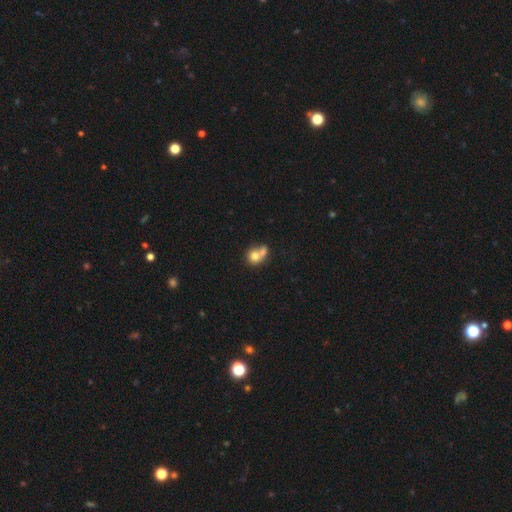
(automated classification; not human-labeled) Overall: smooth (73%). How rounded: round (69%; in between 30%). Merging: merger (62%; none 25%).